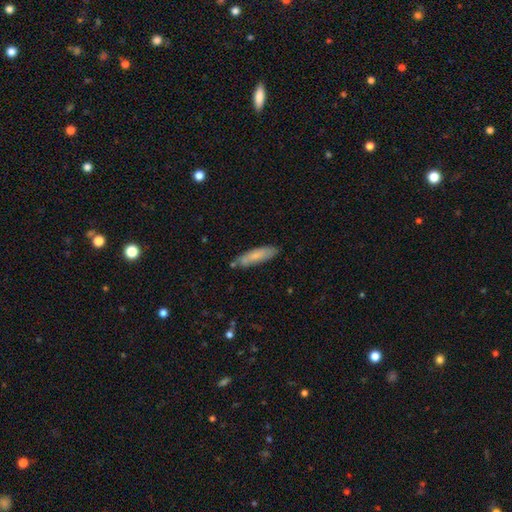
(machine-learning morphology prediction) Smooth or featured?
  - smooth: 72% *
  - featured or disk: 22%
  - star or artifact: 6%
How rounded?
  - cigar-shaped: 65% *
  - in between: 34%
  - round: 1%
Merging?
  - none: 71% *
  - minor disturbance: 20%
  - merger: 5%
  - major disturbance: 4%